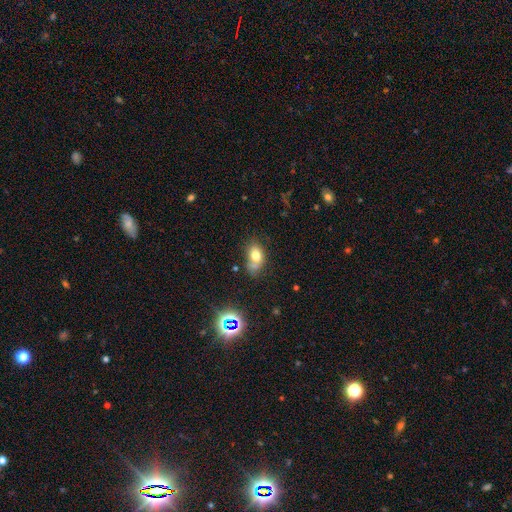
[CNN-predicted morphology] This is likely a smooth galaxy (72%). How rounded: likely in between (80%). Merging: marginally none (42%).